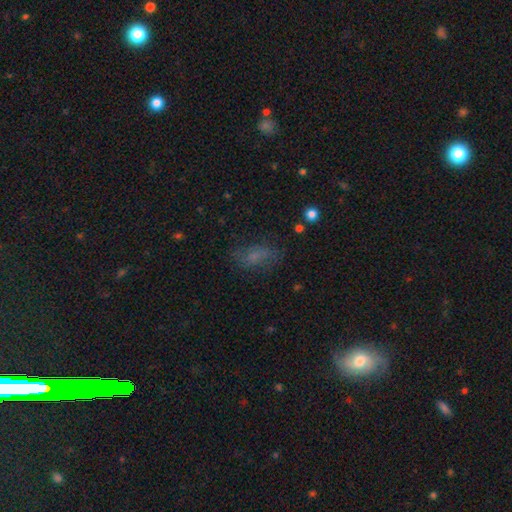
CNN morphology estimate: Q: Smooth or featured?
A: smooth (57%); runner-up: featured or disk (23%)
Q: How rounded?
A: in between (81%); runner-up: cigar-shaped (10%)
Q: Merging?
A: none (62%); runner-up: minor disturbance (21%)